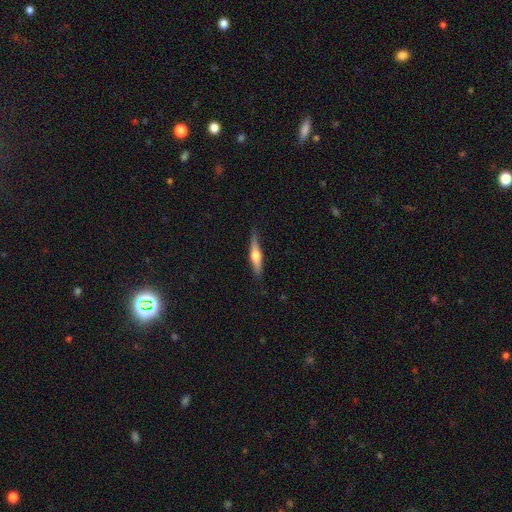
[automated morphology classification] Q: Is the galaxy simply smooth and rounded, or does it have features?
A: featured or disk — 55%.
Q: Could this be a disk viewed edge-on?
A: yes — 95%.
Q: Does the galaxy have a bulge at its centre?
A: rounded — 92%.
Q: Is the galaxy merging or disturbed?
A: none — 83%.